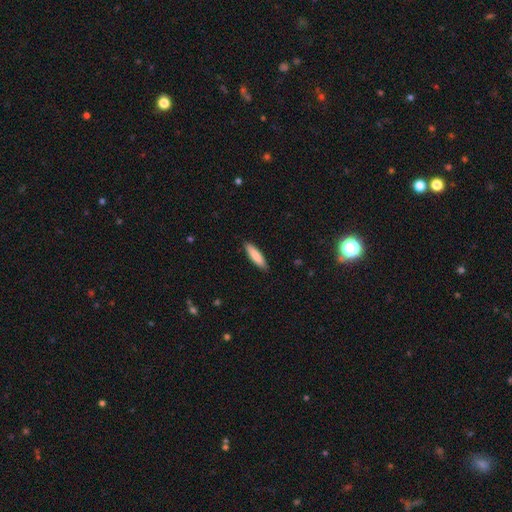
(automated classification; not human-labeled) Smooth or featured?
  - smooth: 84% *
  - featured or disk: 11%
  - star or artifact: 6%
How rounded?
  - cigar-shaped: 71% *
  - in between: 27%
  - round: 1%
Merging?
  - none: 89% *
  - minor disturbance: 8%
  - major disturbance: 2%
  - merger: 1%